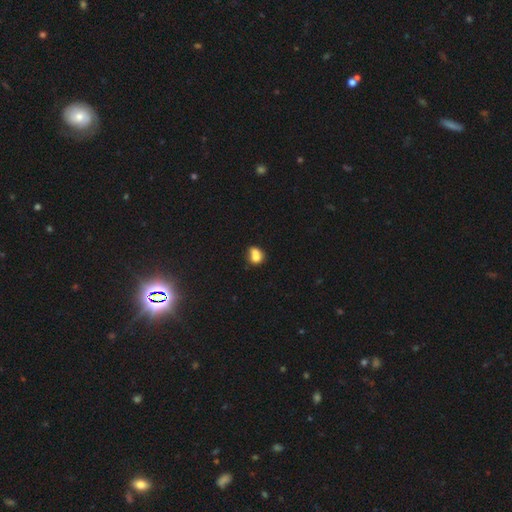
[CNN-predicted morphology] Smooth or featured? smooth (73%)
How rounded? round (53%)
Merging? merger (39%)